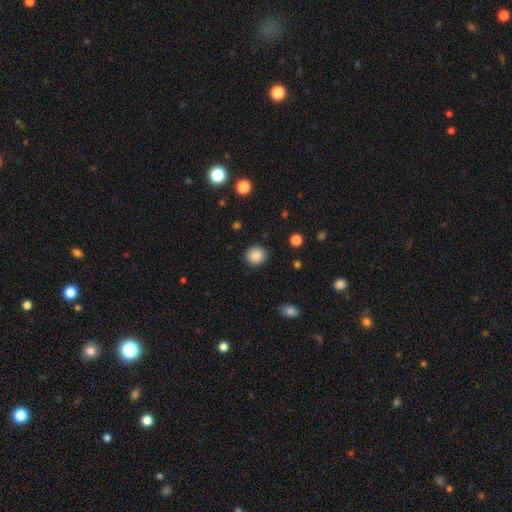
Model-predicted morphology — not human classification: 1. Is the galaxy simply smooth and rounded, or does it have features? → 87% smooth, 9% star or artifact, 4% featured or disk.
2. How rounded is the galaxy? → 82% round, 17% in between, 1% cigar-shaped.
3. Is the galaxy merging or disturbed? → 89% none, 8% minor disturbance, 3% major disturbance, 1% merger.